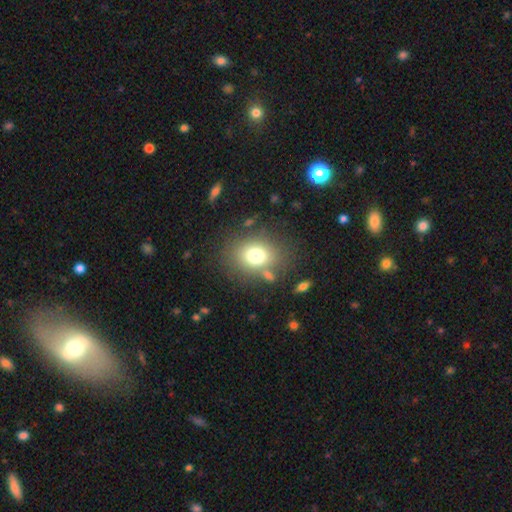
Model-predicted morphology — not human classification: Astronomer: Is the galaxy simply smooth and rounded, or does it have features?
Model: smooth — 74%.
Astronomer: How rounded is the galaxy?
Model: round — 54% (runner-up: in between, 45%).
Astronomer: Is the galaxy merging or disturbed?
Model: none — 73%.